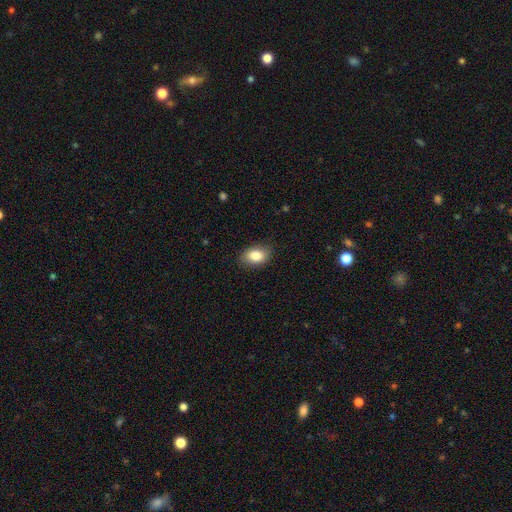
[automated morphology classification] This is clearly a smooth galaxy (84%). How rounded: clearly in between (85%). Merging: clearly none (84%).